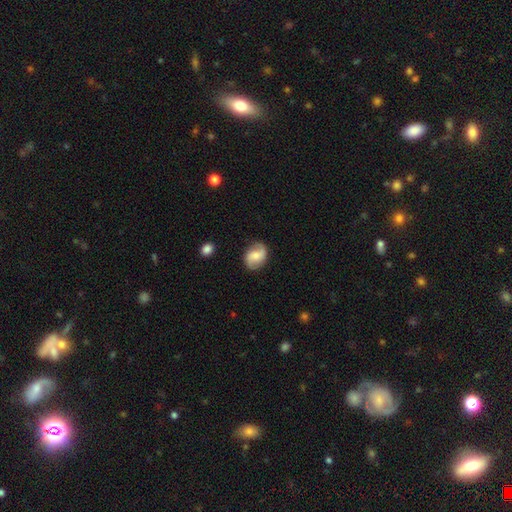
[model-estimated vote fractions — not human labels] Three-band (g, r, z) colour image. It shows a featured or disk galaxy (61%) with no bar (47%), 2 (90%) loose (47%) spiral arms (92%) and a moderate central bulge (51%). Merging: none (81%).